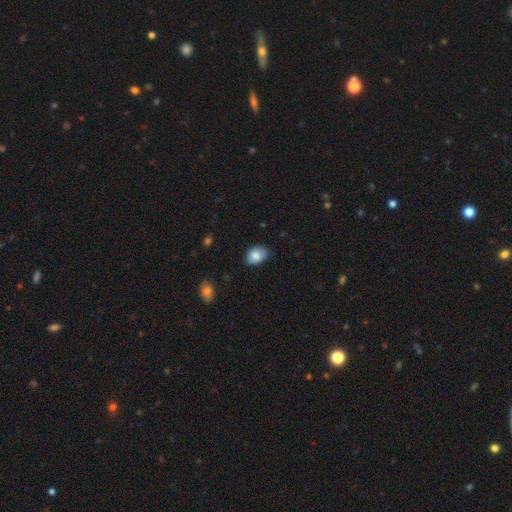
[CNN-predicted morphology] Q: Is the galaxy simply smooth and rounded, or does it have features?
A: smooth — 84%.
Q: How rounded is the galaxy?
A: in between — 77%.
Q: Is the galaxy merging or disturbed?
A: none — 72%.